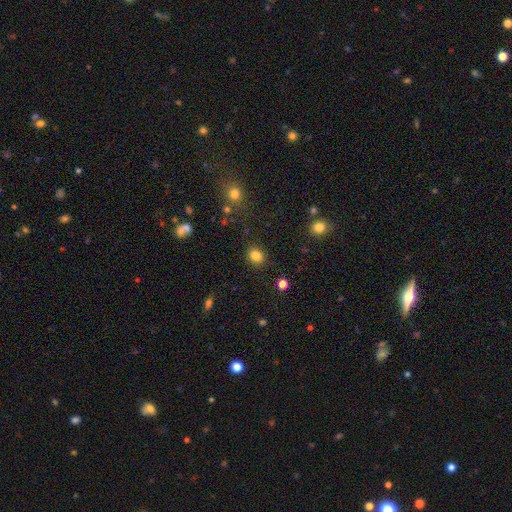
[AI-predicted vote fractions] Overall: smooth (84%). How rounded: round (55%; in between 44%). Merging: none (87%).